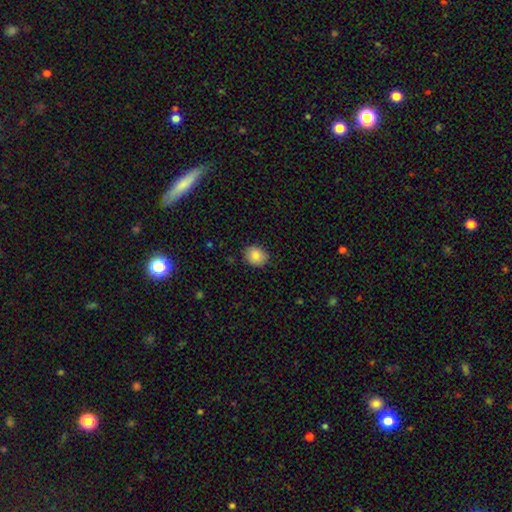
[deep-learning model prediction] smooth_or_featured: smooth (p=0.86) [alt: star or artifact p=0.08]
how_rounded: round (p=0.68) [alt: in between p=0.31]
merging: none (p=0.87) [alt: minor disturbance p=0.10]